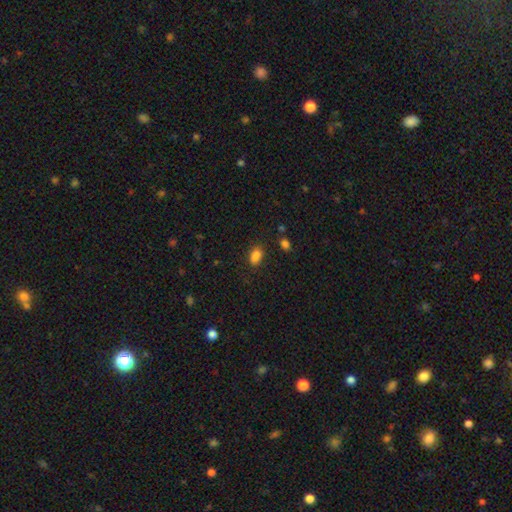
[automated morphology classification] The model was most divided on "merging": none: 73%, minor disturbance: 15%, merger: 7%, major disturbance: 4%. More confident: how rounded — in between (86%); smooth or featured — smooth (84%).